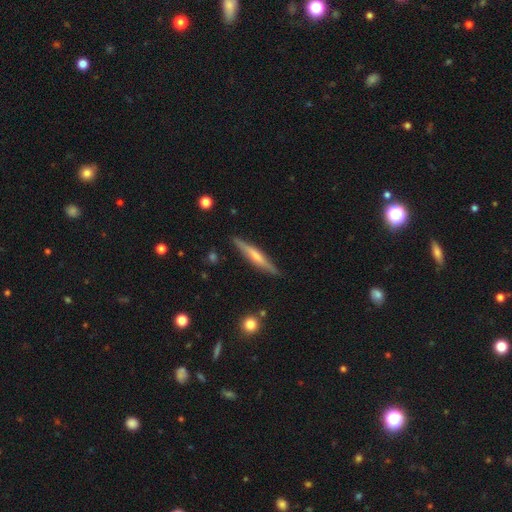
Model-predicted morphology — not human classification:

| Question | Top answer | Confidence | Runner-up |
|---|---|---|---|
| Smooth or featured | featured or disk | 54% | smooth (40%) |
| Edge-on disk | yes | 95% | no (5%) |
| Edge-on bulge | rounded | 49% | none (35%) |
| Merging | none | 88% | minor disturbance (9%) |